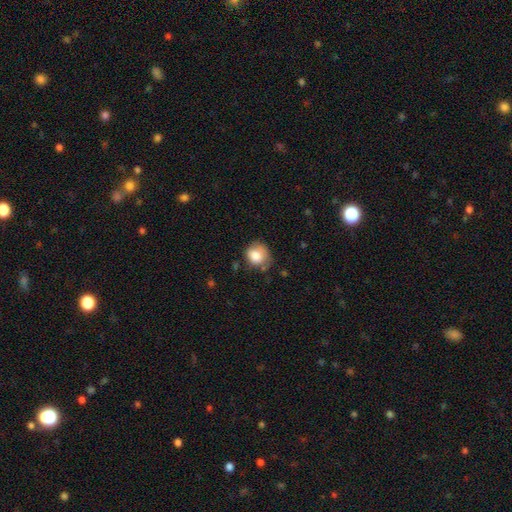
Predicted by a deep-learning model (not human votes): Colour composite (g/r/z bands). It shows a smooth galaxy with no disk features (82%) that is round (77%). Merging: none (55%).